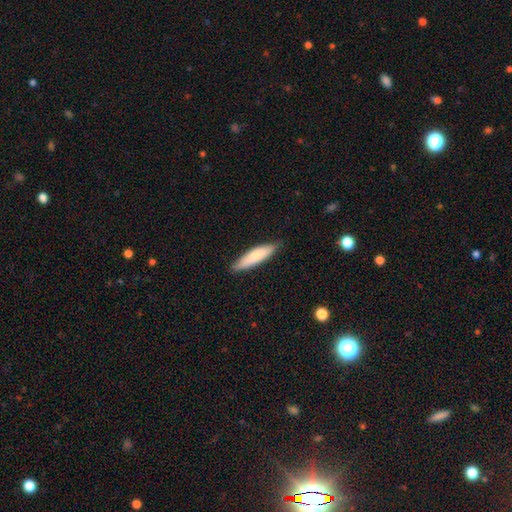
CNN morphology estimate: Smooth or featured? smooth (78%)
How rounded? cigar-shaped (70%)
Merging? none (83%)